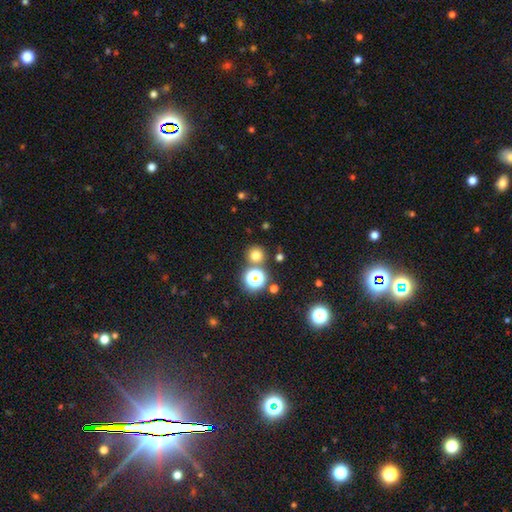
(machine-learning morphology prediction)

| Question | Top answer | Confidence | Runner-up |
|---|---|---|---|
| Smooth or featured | smooth | 69% | star or artifact (24%) |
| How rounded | round | 92% | in between (7%) |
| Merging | none | 80% | merger (10%) |